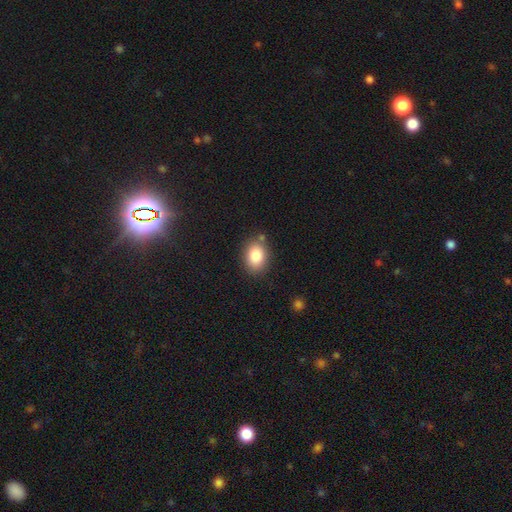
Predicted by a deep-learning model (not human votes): smooth_or_featured: smooth (p=0.85) [alt: star or artifact p=0.08]
how_rounded: in between (p=0.72) [alt: round p=0.27]
merging: none (p=0.80) [alt: minor disturbance p=0.12]